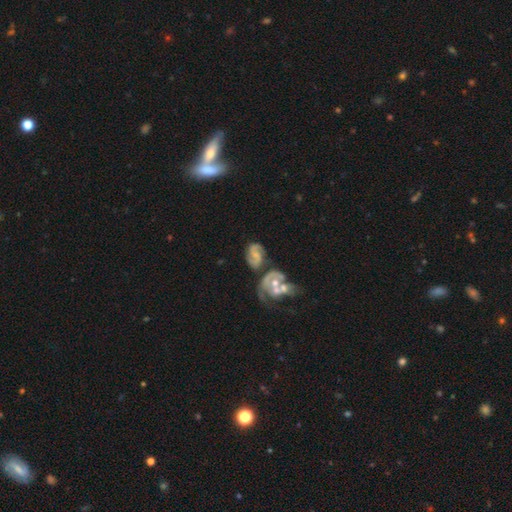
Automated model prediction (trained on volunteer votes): A featured or disk galaxy (78%) with a weak bar (44%), 2 (84%) medium (50%) spiral arms (92%) and a small central bulge (43%). Merging: none (44%).